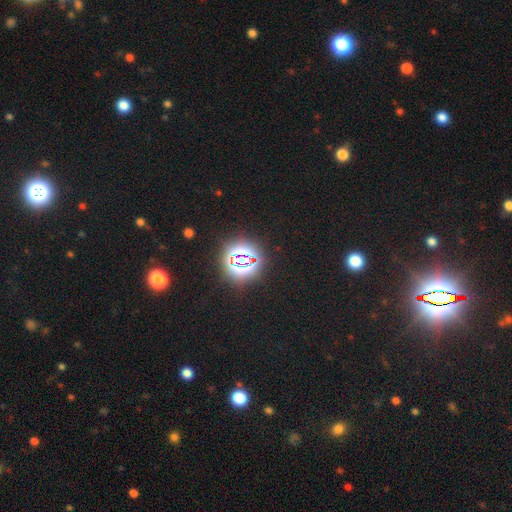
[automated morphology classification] Smooth or featured? star or artifact (79%)